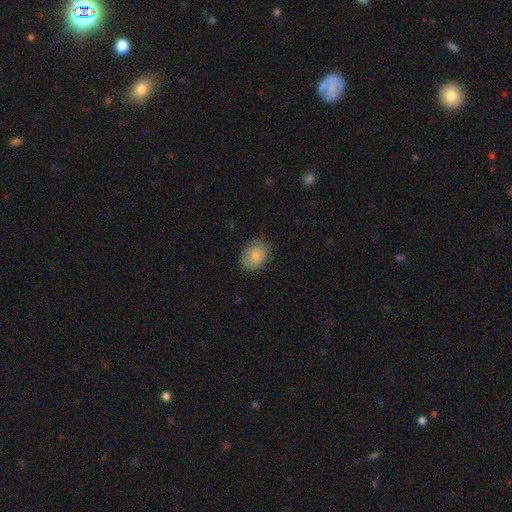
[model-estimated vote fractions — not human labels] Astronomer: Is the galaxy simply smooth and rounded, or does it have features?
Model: smooth — 76%.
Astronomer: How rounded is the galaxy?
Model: in between — 58% (runner-up: round, 41%).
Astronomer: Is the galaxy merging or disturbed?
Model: none — 74%.